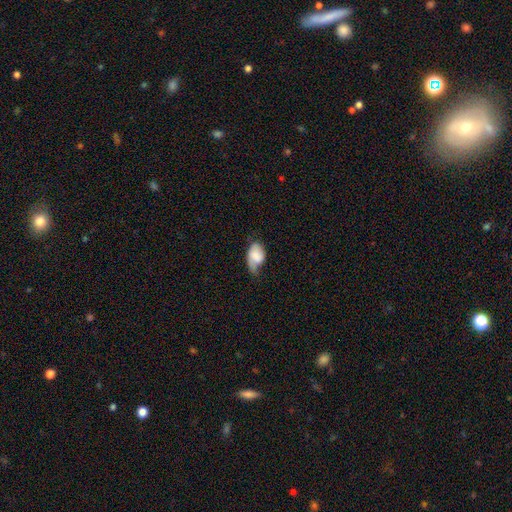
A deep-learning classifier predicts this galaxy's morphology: smooth-or-featured: smooth: 64% | featured or disk: 29% | star or artifact: 7%
  how-rounded: in between: 90% | round: 9% | cigar-shaped: 2%
  merging: minor disturbance: 41% | none: 31% | major disturbance: 25% | merger: 3%